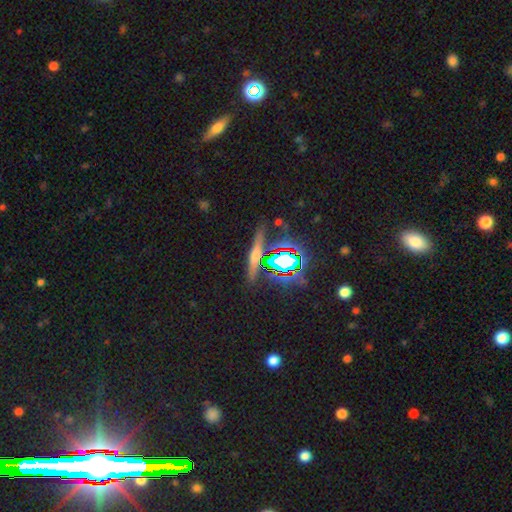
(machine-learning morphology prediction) smooth-or-featured: star or artifact: 37% | smooth: 32% | featured or disk: 31%